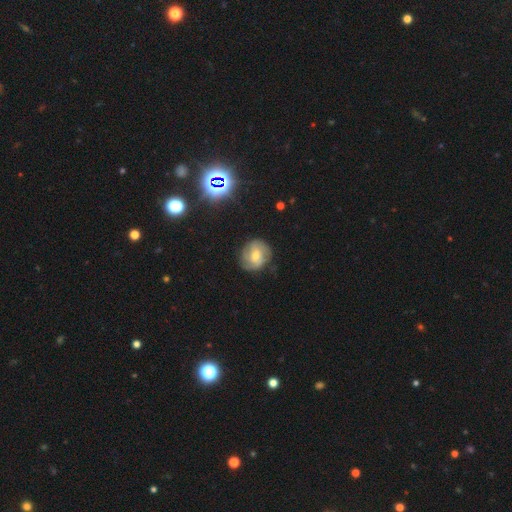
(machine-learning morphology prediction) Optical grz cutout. It shows a featured or disk galaxy (60%) with no bar (48%), 2 (42%) tight (52%) spiral arms (86%) and a moderate central bulge (57%). Merging: none (76%).